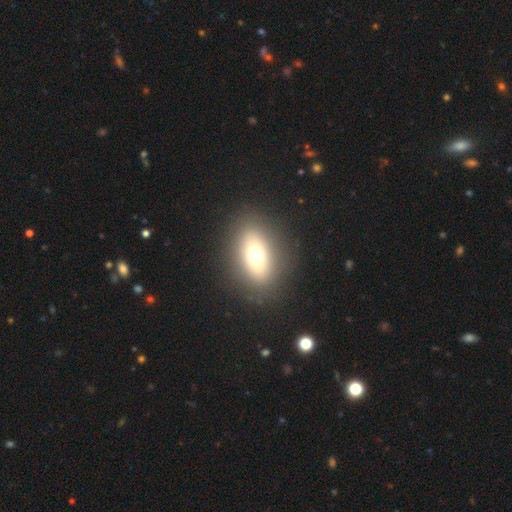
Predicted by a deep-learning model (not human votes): This is likely a smooth galaxy (66%). How rounded: likely in between (75%). Merging: clearly none (86%).